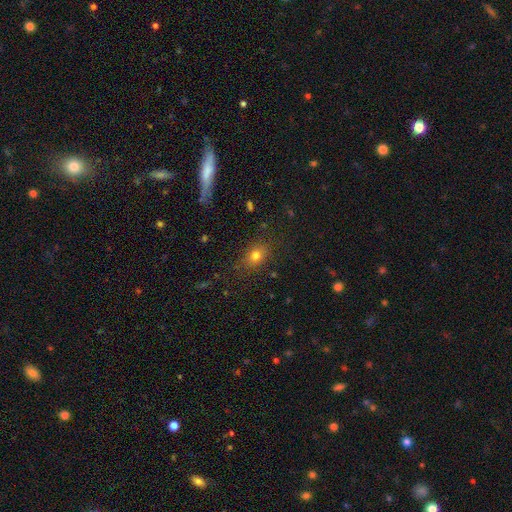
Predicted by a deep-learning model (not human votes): Smooth or featured? smooth (76%)
How rounded? in between (65%)
Merging? none (82%)